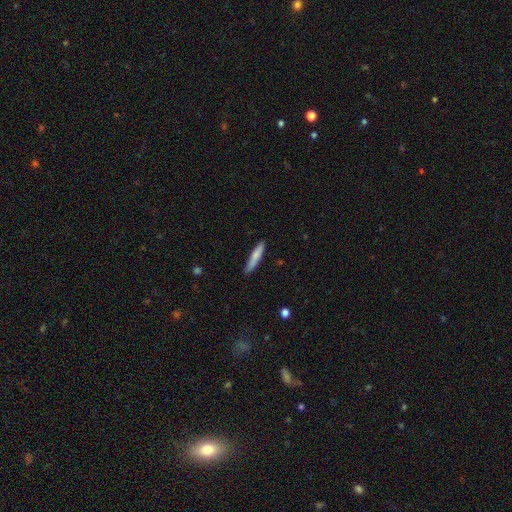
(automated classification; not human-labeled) Smooth or featured: smooth — 77% (featured or disk — 17%)
How rounded: cigar-shaped — 90% (in between — 9%)
Merging: none — 85% (minor disturbance — 12%)